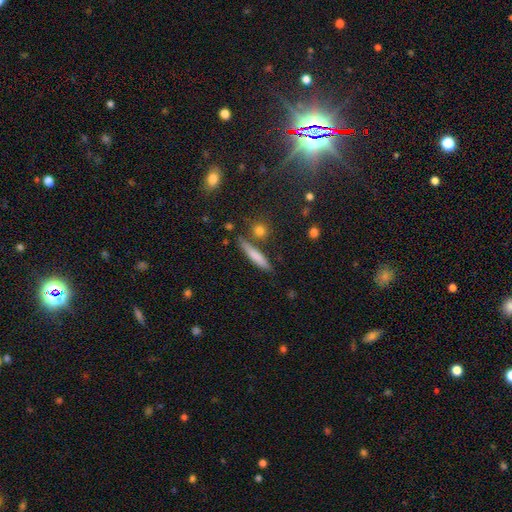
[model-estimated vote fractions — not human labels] This appears to be a smooth galaxy with no disk features (74%) that is cigar-shaped (89%). Merging: none (80%).